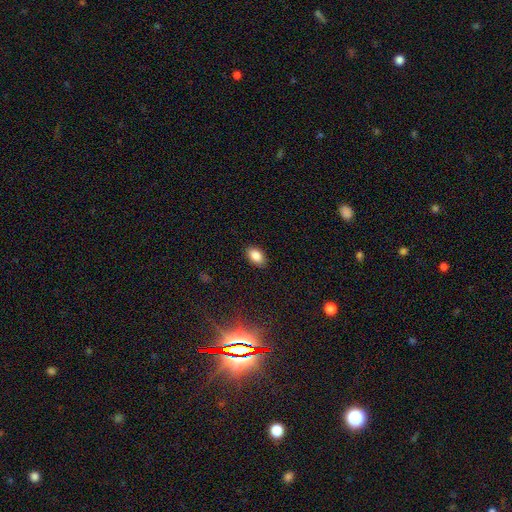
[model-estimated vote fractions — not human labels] Smooth or featured? Predicted: smooth (p=0.87). How rounded? Predicted: in between (p=0.90). Merging? Predicted: none (p=0.88).